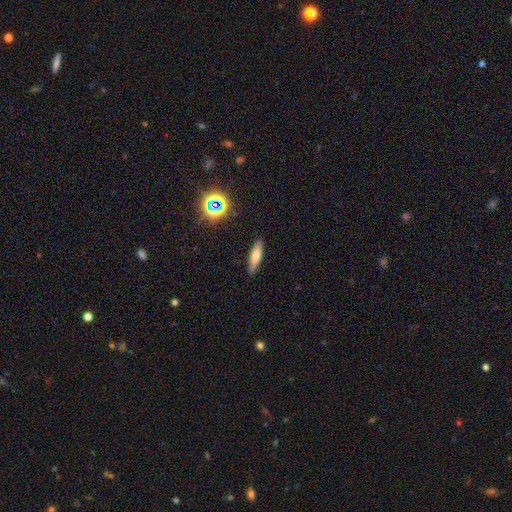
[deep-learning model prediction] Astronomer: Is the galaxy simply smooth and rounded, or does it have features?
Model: smooth — 62%.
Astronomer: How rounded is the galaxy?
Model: cigar-shaped — 75%.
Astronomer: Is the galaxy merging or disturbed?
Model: none — 87%.